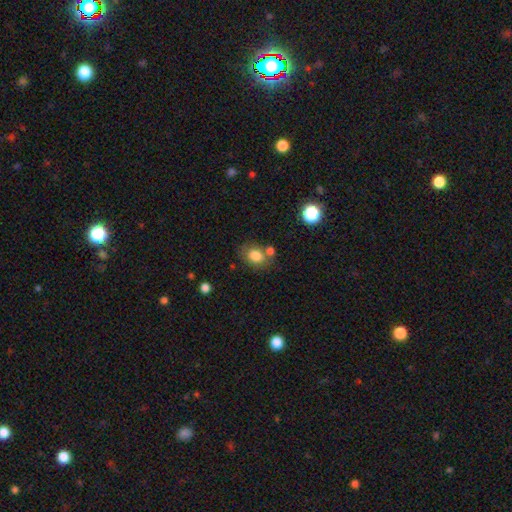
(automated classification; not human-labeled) Smooth or featured? smooth (80%)
How rounded? in between (57%)
Merging? none (60%)